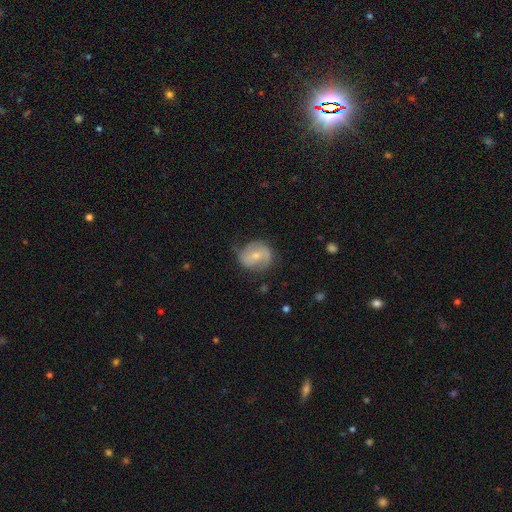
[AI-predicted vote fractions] Smooth or featured? featured or disk (57%)
Edge-on disk? no (96%)
Bar? weak (41%)
Spiral arms? yes (75%)
Bulge size? small (48%)
Merging? none (62%)